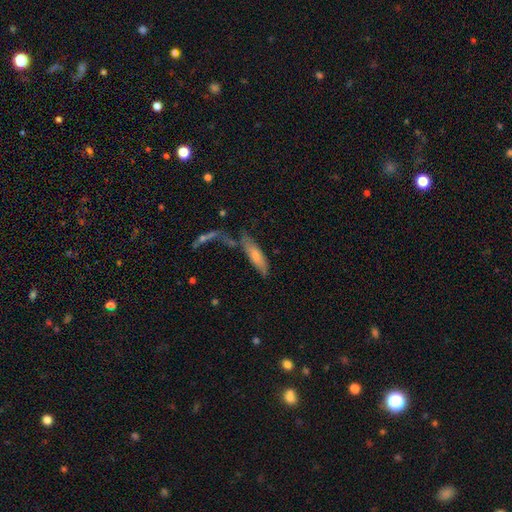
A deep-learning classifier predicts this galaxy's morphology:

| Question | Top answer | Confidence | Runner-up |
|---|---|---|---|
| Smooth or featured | smooth | 69% | featured or disk (25%) |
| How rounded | cigar-shaped | 64% | in between (34%) |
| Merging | none | 56% | minor disturbance (20%) |